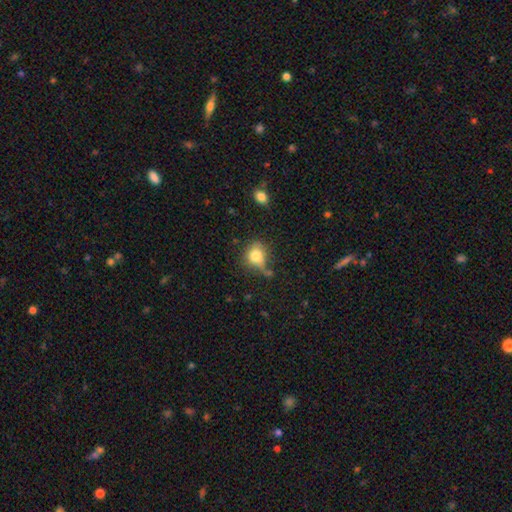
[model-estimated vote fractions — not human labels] This appears to be a smooth galaxy with no disk features (79%) that is round (65%). Merging: none (50%).